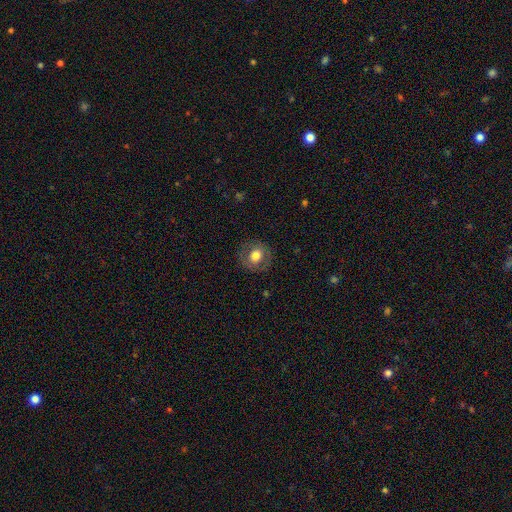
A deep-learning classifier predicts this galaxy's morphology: This is likely a smooth galaxy (67%). How rounded: clearly round (85%). Merging: clearly none (84%).